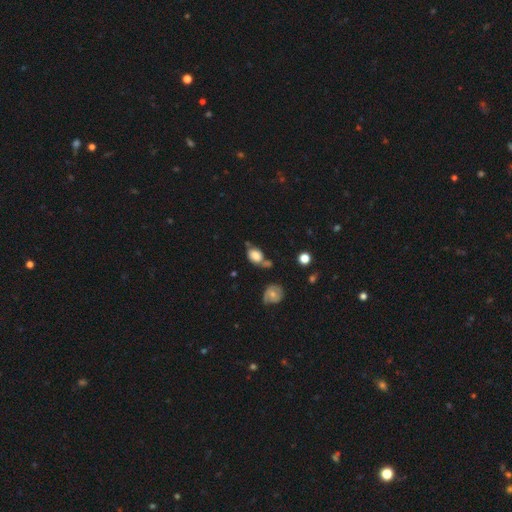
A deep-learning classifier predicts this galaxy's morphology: Smooth or featured?
  - smooth: 73% *
  - featured or disk: 17%
  - star or artifact: 10%
How rounded?
  - in between: 77% *
  - round: 21%
  - cigar-shaped: 2%
Merging?
  - none: 42% *
  - minor disturbance: 26%
  - merger: 22%
  - major disturbance: 11%